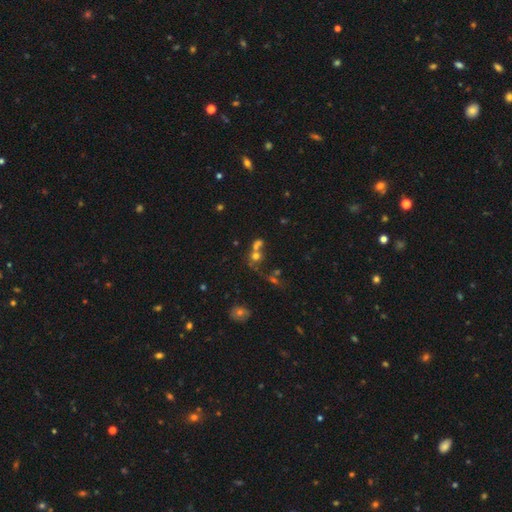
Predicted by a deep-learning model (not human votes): A smooth galaxy with no disk features (58%) that is round (76%).

Vote fractions:
- Smooth or featured? smooth: 58% / star or artifact: 22% / featured or disk: 21%
- How rounded? round: 76% / in between: 22% / cigar-shaped: 2%
- Merging? merger: 56% / none: 29% / major disturbance: 8% / minor disturbance: 7%